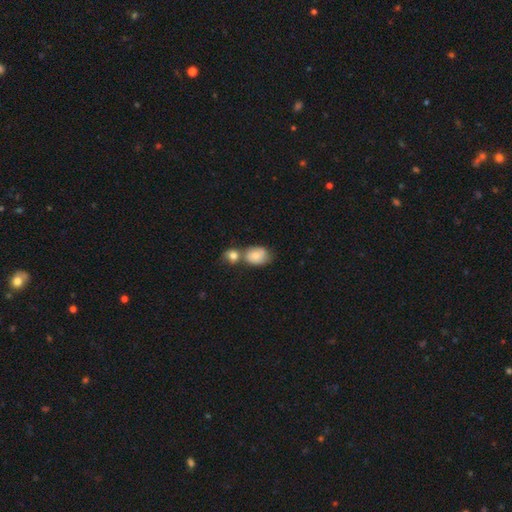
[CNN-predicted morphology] type=smooth (73%); roundness=in between (64%); merging=merger (50%).